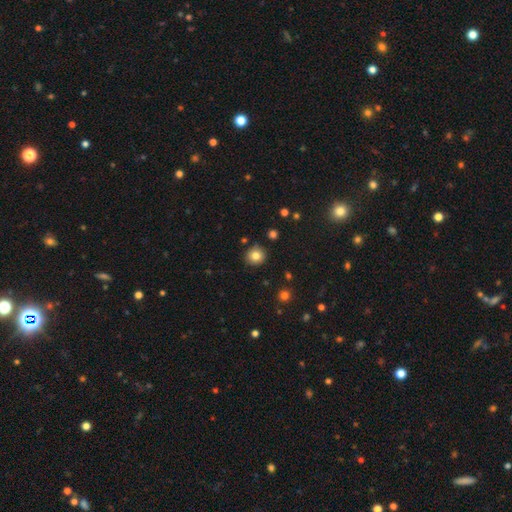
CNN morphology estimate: Smooth or featured: smooth — 81% (star or artifact — 11%)
How rounded: round — 91% (in between — 8%)
Merging: none — 88% (minor disturbance — 8%)